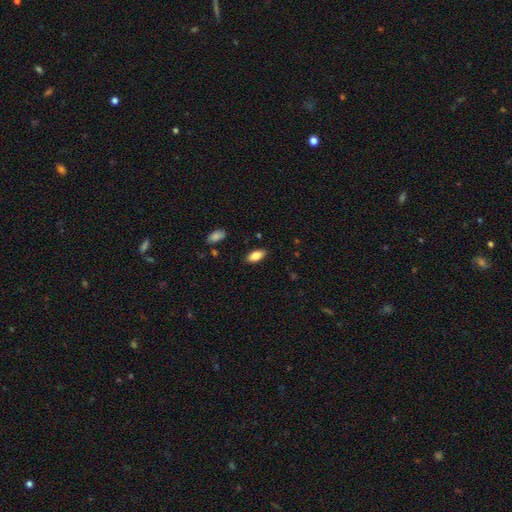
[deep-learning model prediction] smooth-or-featured: smooth: 85% | featured or disk: 8% | star or artifact: 7%
  how-rounded: in between: 90% | cigar-shaped: 8% | round: 2%
  merging: none: 86% | minor disturbance: 10% | major disturbance: 2% | merger: 1%